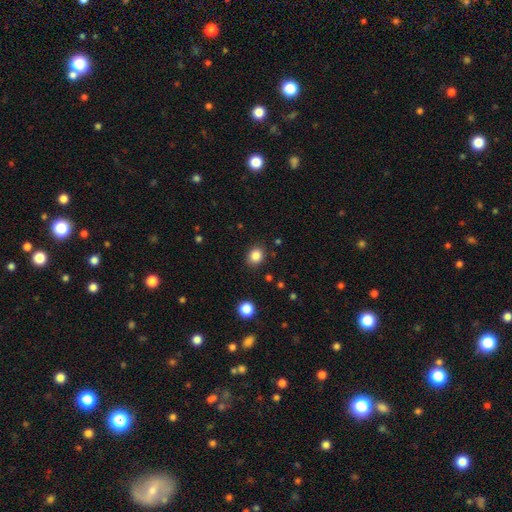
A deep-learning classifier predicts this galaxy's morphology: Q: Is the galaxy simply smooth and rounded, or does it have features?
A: smooth — 85%.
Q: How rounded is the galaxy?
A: round — 64%.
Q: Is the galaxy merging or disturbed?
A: none — 87%.